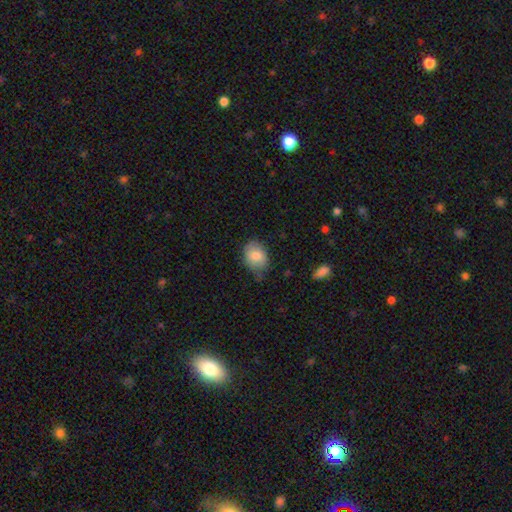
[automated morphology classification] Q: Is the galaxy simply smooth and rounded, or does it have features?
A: smooth — 80%.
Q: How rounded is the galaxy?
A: in between — 59%.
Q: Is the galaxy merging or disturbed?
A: none — 65%.